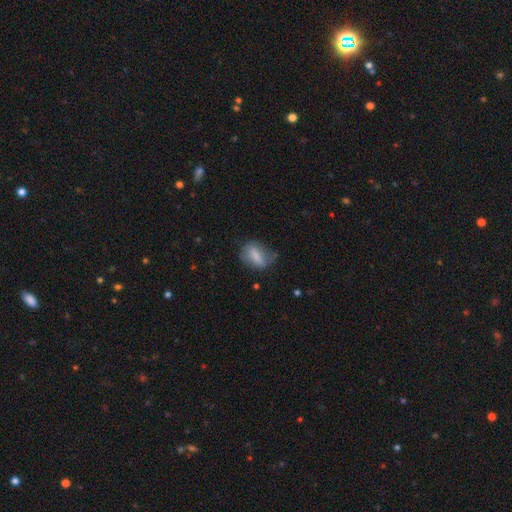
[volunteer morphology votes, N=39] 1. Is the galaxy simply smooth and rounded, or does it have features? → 62% smooth, 31% featured or disk, 8% star or artifact.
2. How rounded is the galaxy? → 54% in between, 29% cigar-shaped, 17% round.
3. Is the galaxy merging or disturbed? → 44% minor disturbance, 39% none, 14% major disturbance, 3% merger.